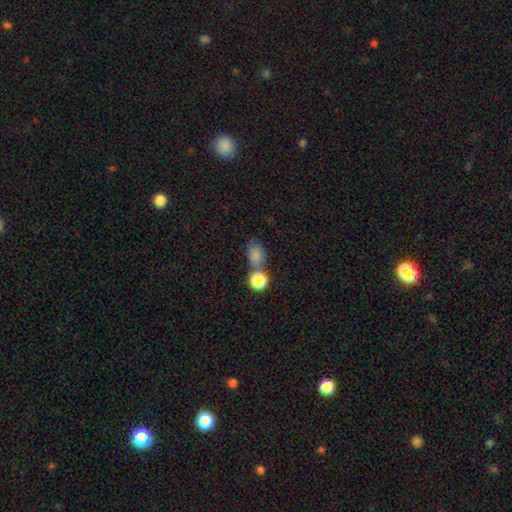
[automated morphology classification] This appears to be a smooth galaxy with no disk features (80%) that is in between round and cigar-shaped (69%). Merging: none (47%).